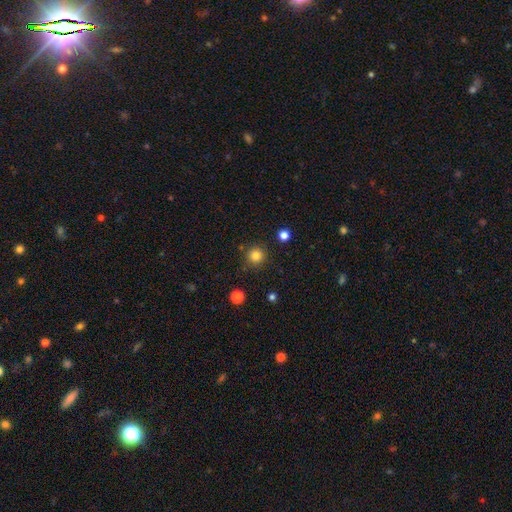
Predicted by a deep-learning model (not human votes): Overall: smooth (83%). How rounded: round (95%). Merging: none (86%).